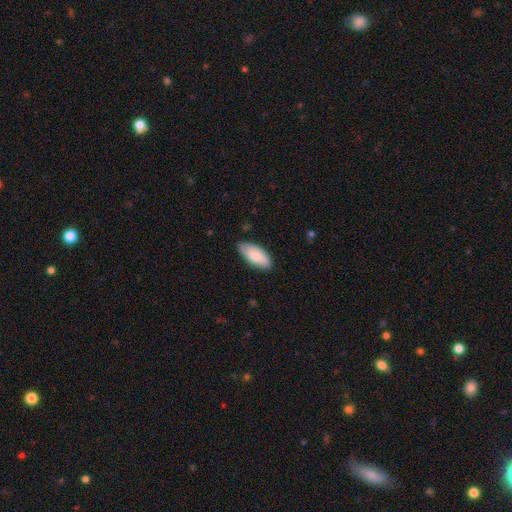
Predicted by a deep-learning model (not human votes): This appears to be a smooth galaxy with no disk features (83%) that is in between round and cigar-shaped (90%). Merging: none (81%).